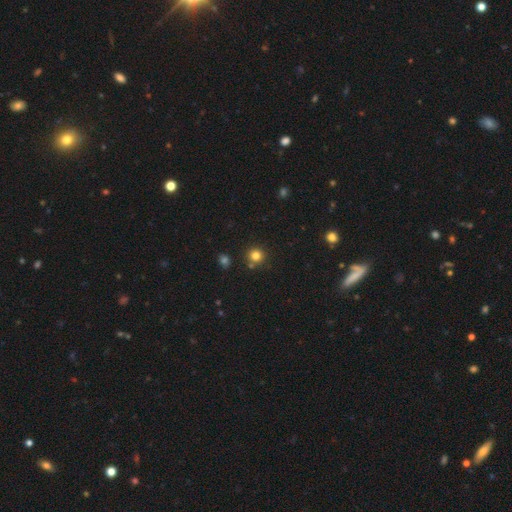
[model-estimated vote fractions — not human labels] Smooth or featured? smooth (81%)
How rounded? round (93%)
Merging? none (82%)